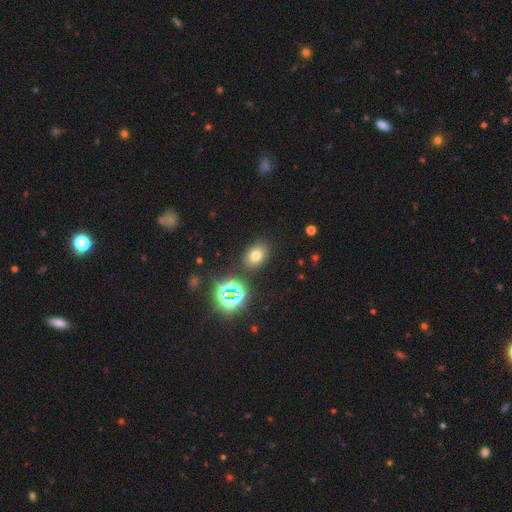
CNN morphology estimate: The model was most divided on "how rounded": in between: 70%, round: 28%, cigar-shaped: 1%. More confident: merging — none (85%); smooth or featured — smooth (67%).